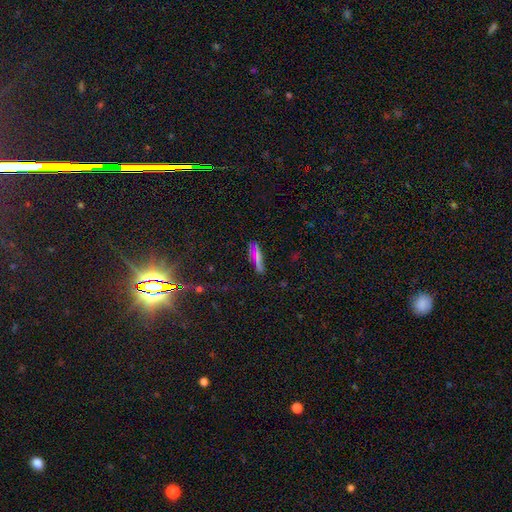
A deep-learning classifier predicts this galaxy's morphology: The model was most divided on "smooth or featured": smooth: 58%, featured or disk: 24%, star or artifact: 18%. More confident: merging — none (68%); how rounded — cigar-shaped (65%).